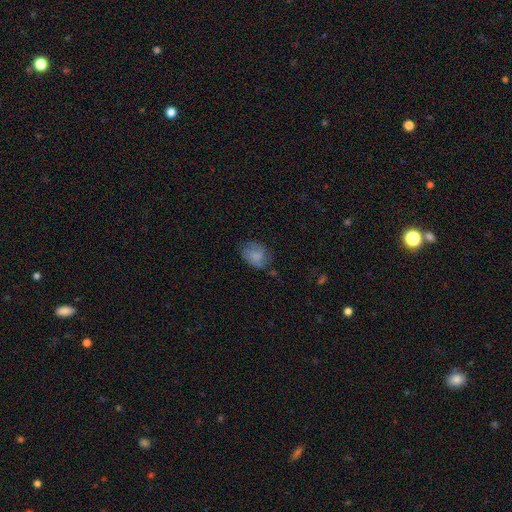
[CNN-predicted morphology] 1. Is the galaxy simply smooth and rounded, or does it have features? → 69% smooth, 22% featured or disk, 9% star or artifact.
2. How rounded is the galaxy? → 56% in between, 43% round, 1% cigar-shaped.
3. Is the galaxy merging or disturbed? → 59% none, 28% minor disturbance, 11% major disturbance, 2% merger.